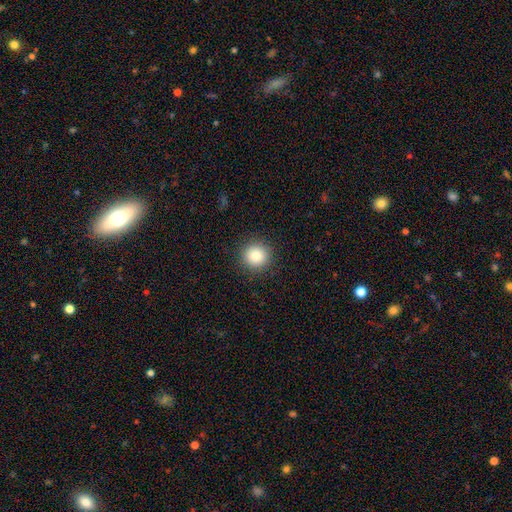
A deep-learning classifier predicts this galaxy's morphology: A smooth galaxy with no disk features (84%) that is round (94%).

Vote fractions:
- Smooth or featured? smooth: 84% / star or artifact: 10% / featured or disk: 6%
- How rounded? round: 94% / in between: 5% / cigar-shaped: 1%
- Merging? none: 92% / minor disturbance: 5% / major disturbance: 2% / merger: 1%